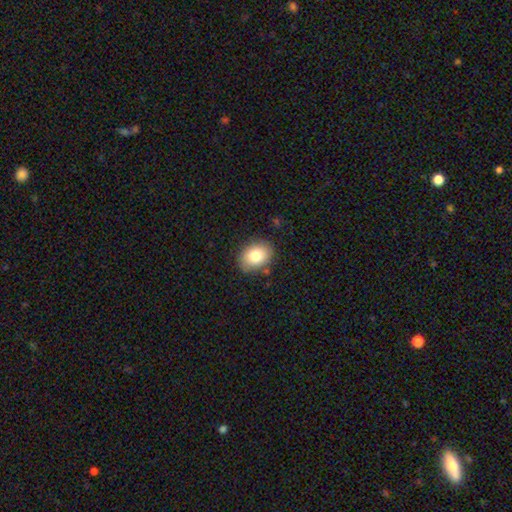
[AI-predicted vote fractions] smooth 81%, featured or disk 11%, star or artifact 8%. Down the decision tree: how rounded — in between (69%); merging — none (84%).